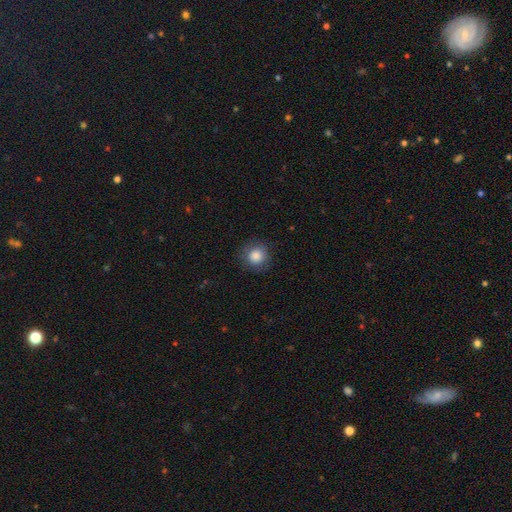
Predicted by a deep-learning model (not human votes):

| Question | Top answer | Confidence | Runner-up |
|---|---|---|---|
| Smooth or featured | smooth | 86% | star or artifact (9%) |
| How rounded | round | 91% | in between (8%) |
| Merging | none | 86% | minor disturbance (10%) |